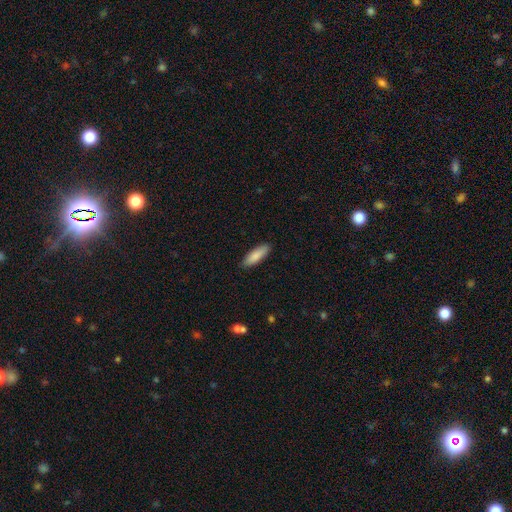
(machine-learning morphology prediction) A smooth galaxy with no disk features (87%) that is in between round and cigar-shaped (50%).

Vote fractions:
- Smooth or featured? smooth: 87% / featured or disk: 8% / star or artifact: 6%
- How rounded? in between: 50% / cigar-shaped: 48% / round: 1%
- Merging? none: 88% / minor disturbance: 9% / major disturbance: 2% / merger: 1%